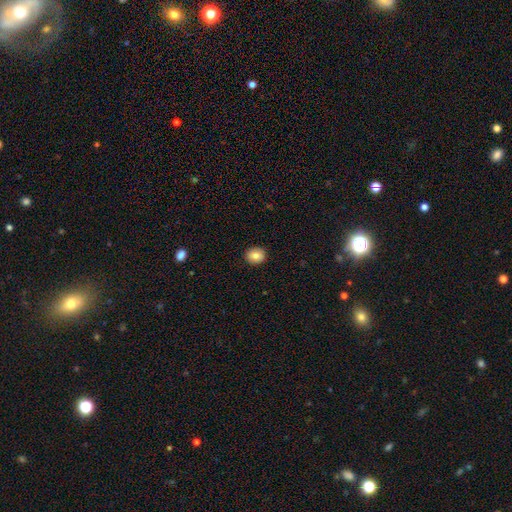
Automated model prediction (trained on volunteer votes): Smooth or featured: smooth — 85% (star or artifact — 9%)
How rounded: round — 60% (in between — 39%)
Merging: none — 90% (minor disturbance — 7%)